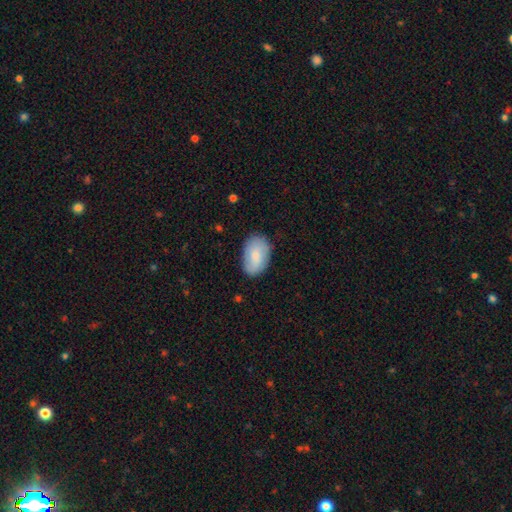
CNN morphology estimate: smooth 77%, featured or disk 17%, star or artifact 6%. Down the decision tree: how rounded — in between (90%); merging — none (80%).